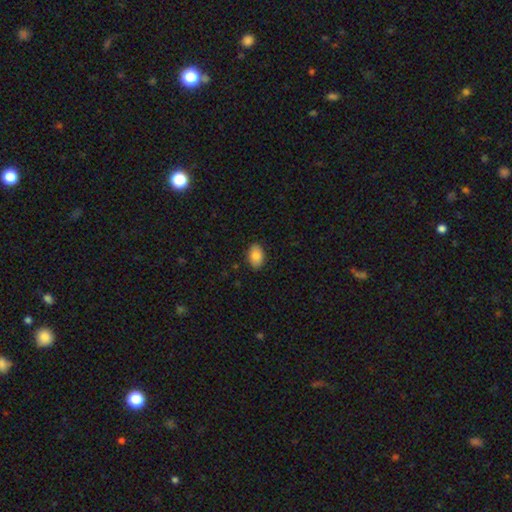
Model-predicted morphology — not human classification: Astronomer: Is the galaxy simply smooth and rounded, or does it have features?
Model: smooth — 86%.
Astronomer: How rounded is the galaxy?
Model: in between — 90%.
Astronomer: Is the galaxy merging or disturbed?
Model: none — 88%.